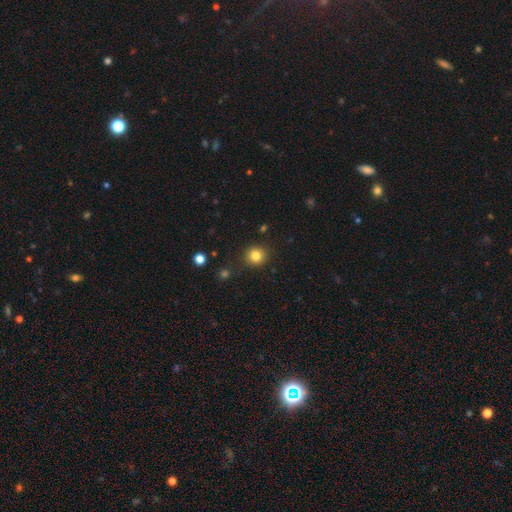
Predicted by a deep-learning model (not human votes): Overall: smooth (82%). How rounded: round (90%). Merging: none (88%).